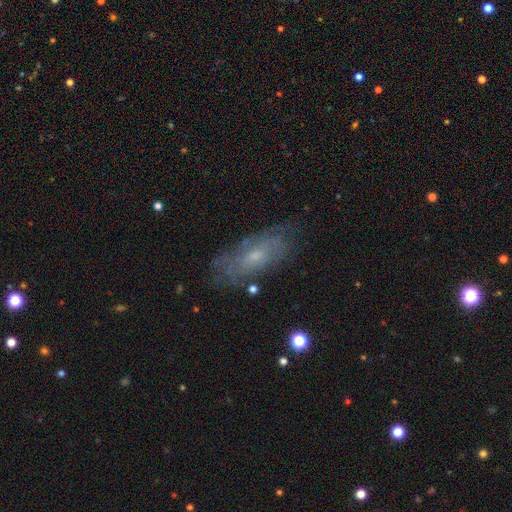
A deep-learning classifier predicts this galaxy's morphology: This appears to be a featured or disk galaxy (59%) with no bar (72%), spiral arms (67%) and a small central bulge (59%). Merging: none (72%).